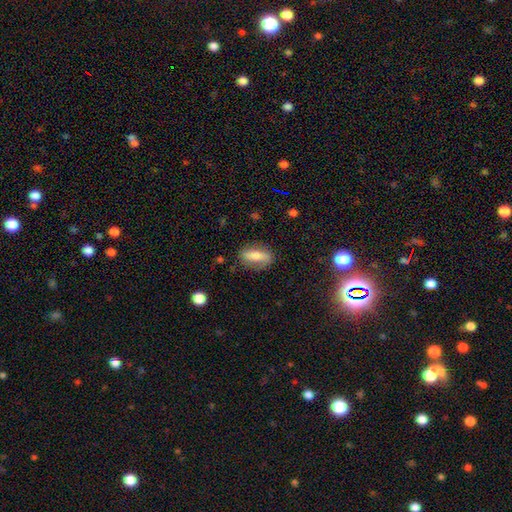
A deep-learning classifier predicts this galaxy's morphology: This is possibly a smooth galaxy (56%). How rounded: likely in between (74%). Merging: likely none (77%).